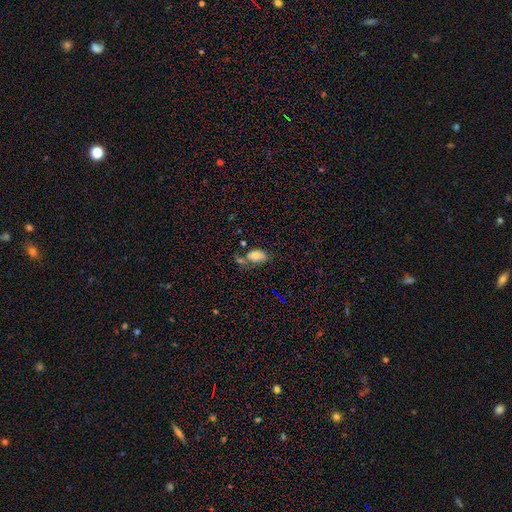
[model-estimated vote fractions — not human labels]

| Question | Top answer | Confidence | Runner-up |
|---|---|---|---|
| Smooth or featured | smooth | 75% | featured or disk (15%) |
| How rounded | in between | 92% | round (6%) |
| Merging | none | 44% | merger (22%) |